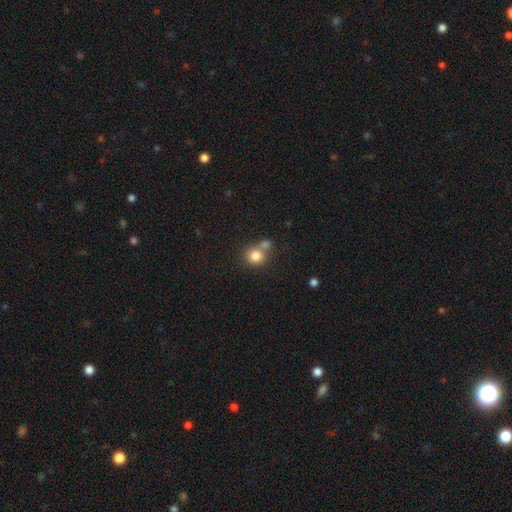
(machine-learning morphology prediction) Smooth or featured?
  - smooth: 81% *
  - star or artifact: 11%
  - featured or disk: 8%
How rounded?
  - round: 87% *
  - in between: 12%
  - cigar-shaped: 1%
Merging?
  - none: 53% *
  - merger: 35%
  - minor disturbance: 9%
  - major disturbance: 3%